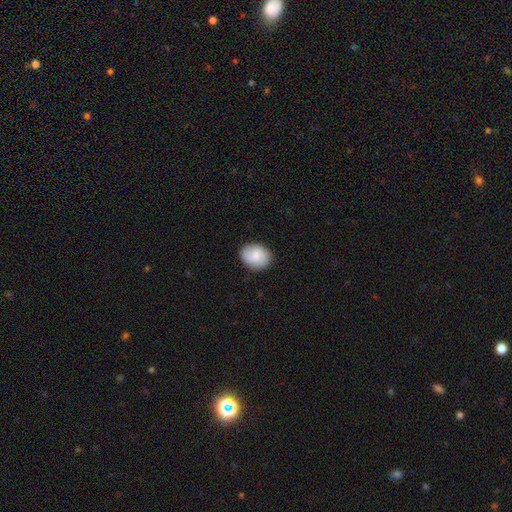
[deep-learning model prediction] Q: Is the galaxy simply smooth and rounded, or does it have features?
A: smooth — 73%.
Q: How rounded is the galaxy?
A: round — 52%.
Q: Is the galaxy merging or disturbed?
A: none — 82%.